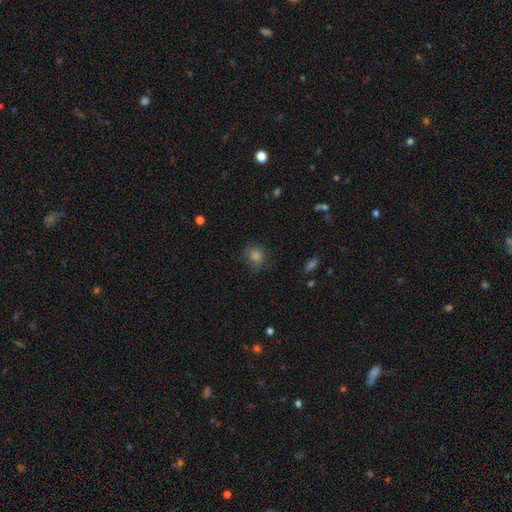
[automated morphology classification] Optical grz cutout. It shows a smooth galaxy with no disk features (68%) that is round (77%). Merging: none (81%).